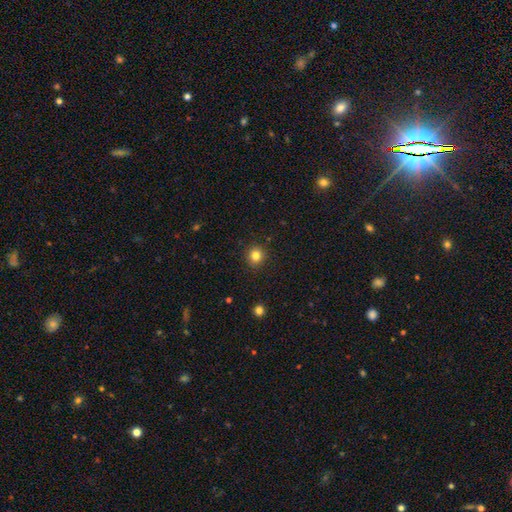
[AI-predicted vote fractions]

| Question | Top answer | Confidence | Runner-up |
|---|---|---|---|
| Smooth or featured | smooth | 82% | star or artifact (13%) |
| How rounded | round | 89% | in between (10%) |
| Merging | none | 91% | minor disturbance (6%) |